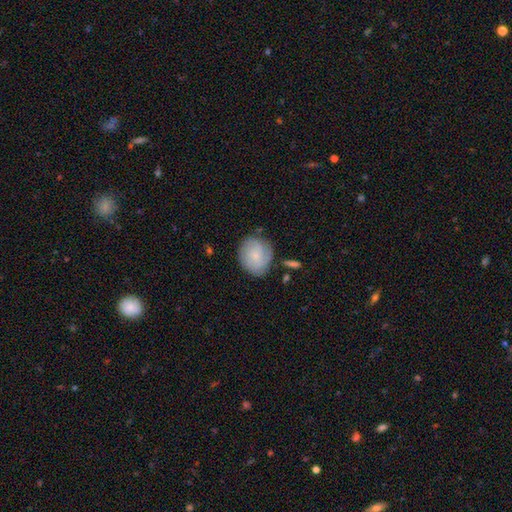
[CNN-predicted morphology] Overall: smooth (48%; featured or disk 44%). Merging: none (76%).